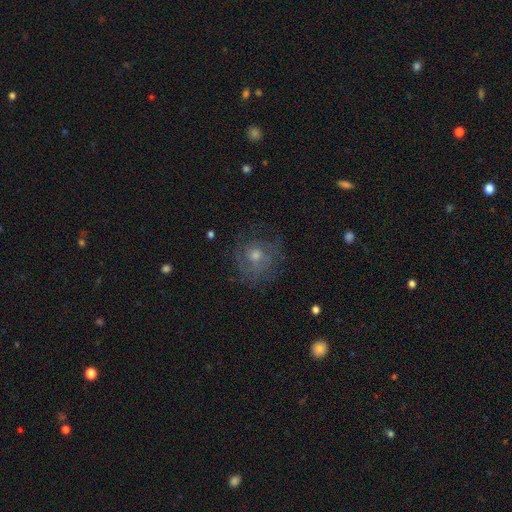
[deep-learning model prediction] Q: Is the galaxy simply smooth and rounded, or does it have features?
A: featured or disk — 53%.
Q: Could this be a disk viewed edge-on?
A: no — 97%.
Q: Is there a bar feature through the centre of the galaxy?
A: no — 81%.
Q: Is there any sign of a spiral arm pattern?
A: yes — 73%.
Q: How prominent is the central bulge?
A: moderate — 59%.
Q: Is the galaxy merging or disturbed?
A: none — 71%.